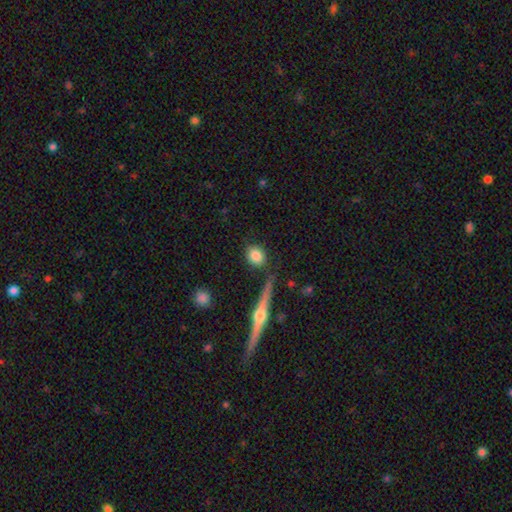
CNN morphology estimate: Smooth or featured? Predicted: smooth (p=0.82). How rounded? Predicted: round (p=0.64). Merging? Predicted: none (p=0.80).